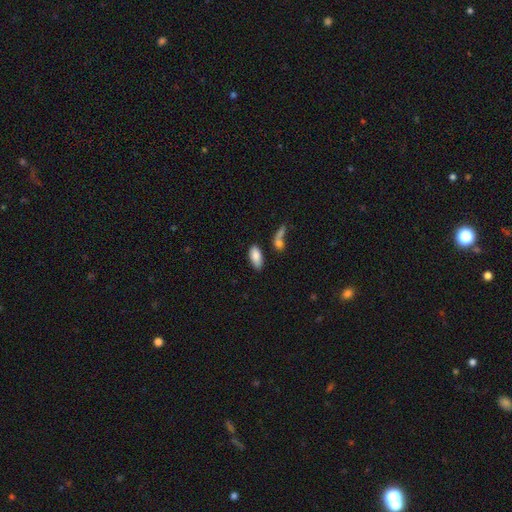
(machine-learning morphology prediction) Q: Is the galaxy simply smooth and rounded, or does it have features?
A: smooth — 85%.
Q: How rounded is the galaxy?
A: in between — 90%.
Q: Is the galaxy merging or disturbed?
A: none — 68%.